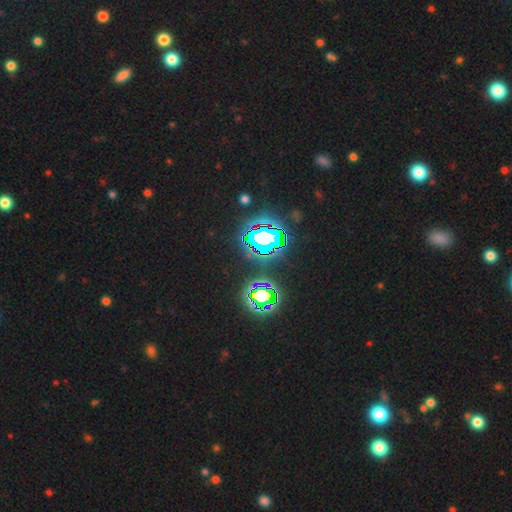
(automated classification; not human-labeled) star or artifact 83%, smooth 11%, featured or disk 6%.